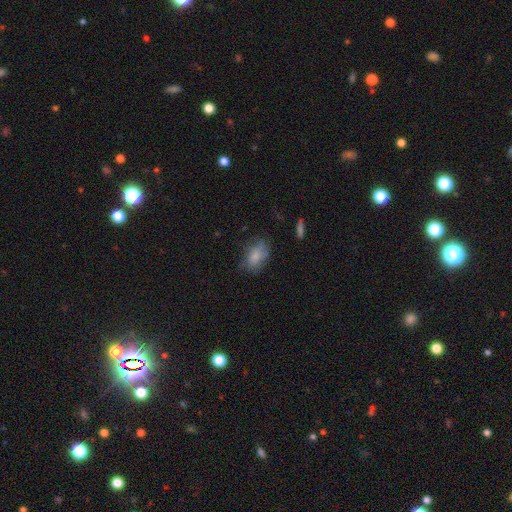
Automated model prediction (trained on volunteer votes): A smooth galaxy with no disk features (76%) that is in between round and cigar-shaped (86%).

Vote fractions:
- Smooth or featured? smooth: 76% / featured or disk: 16% / star or artifact: 8%
- How rounded? in between: 86% / round: 11% / cigar-shaped: 3%
- Merging? none: 59% / minor disturbance: 28% / major disturbance: 11% / merger: 2%